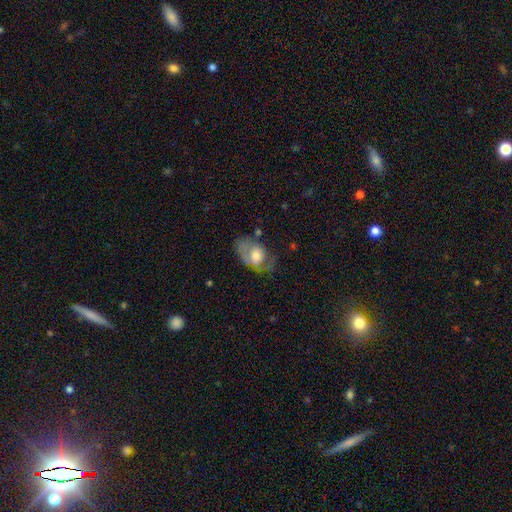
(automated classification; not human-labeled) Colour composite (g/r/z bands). It shows a smooth galaxy with no disk features (54%) that is in between round and cigar-shaped (80%). Merging: none (37%).